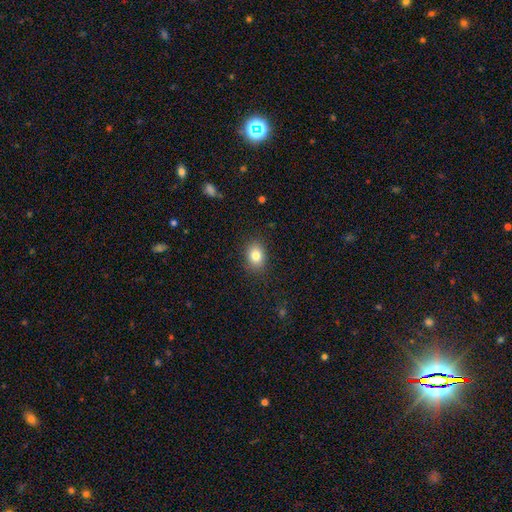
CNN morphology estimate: Smooth or featured?
  - smooth: 82% *
  - star or artifact: 10%
  - featured or disk: 9%
How rounded?
  - in between: 67% *
  - round: 32%
  - cigar-shaped: 1%
Merging?
  - none: 87% *
  - minor disturbance: 9%
  - major disturbance: 3%
  - merger: 1%